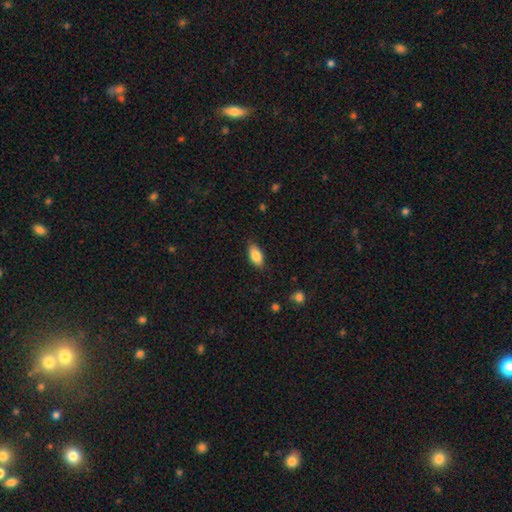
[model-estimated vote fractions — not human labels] Overall: smooth (86%). How rounded: in between (91%). Merging: none (83%).